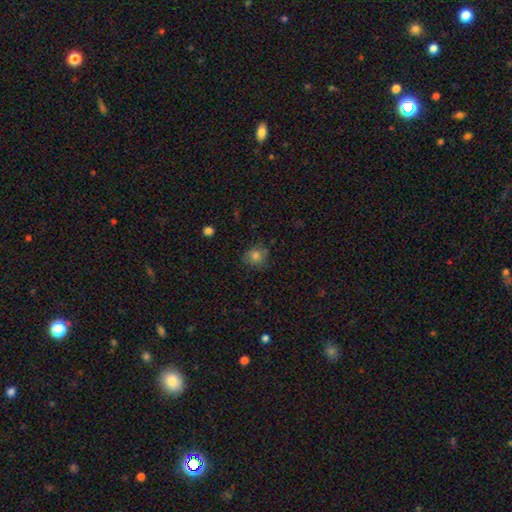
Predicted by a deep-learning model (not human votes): Smooth or featured: smooth — 78% (star or artifact — 13%)
How rounded: round — 78% (in between — 21%)
Merging: none — 75% (minor disturbance — 18%)